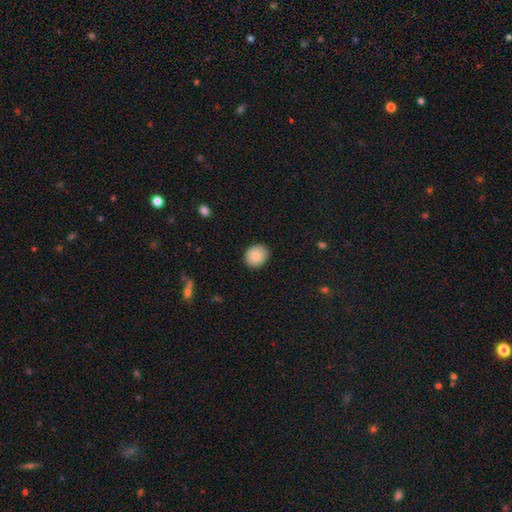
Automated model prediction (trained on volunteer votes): smooth_or_featured: smooth (p=0.87) [alt: star or artifact p=0.07]
how_rounded: round (p=0.69) [alt: in between p=0.31]
merging: none (p=0.88) [alt: minor disturbance p=0.09]